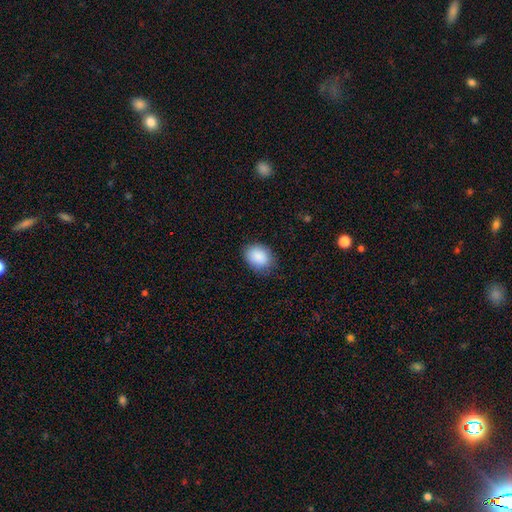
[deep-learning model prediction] This appears to be a smooth galaxy with no disk features (89%) that is in between round and cigar-shaped (63%). Merging: none (80%).